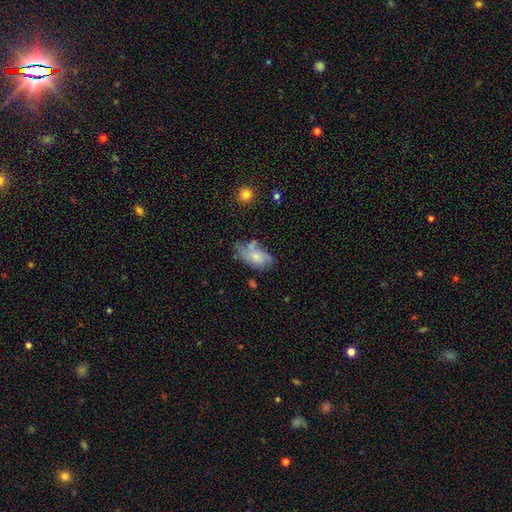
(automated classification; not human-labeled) Smooth or featured: smooth — 52% (featured or disk — 39%)
How rounded: in between — 91% (round — 5%)
Merging: none — 39% (minor disturbance — 31%)